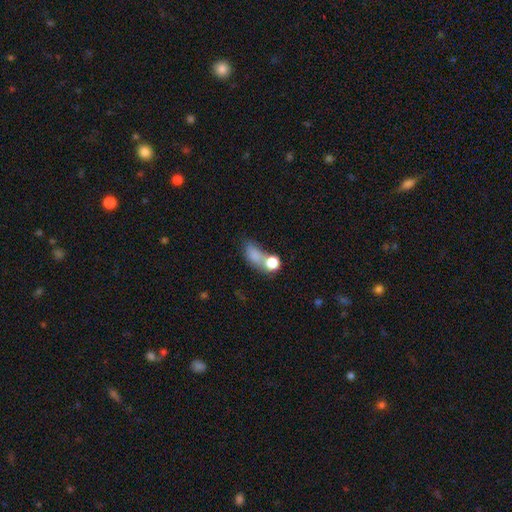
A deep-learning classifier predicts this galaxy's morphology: smooth-or-featured: smooth: 75% | featured or disk: 13% | star or artifact: 13%
  how-rounded: in between: 66% | round: 28% | cigar-shaped: 6%
  merging: merger: 41% | none: 28% | major disturbance: 17% | minor disturbance: 14%